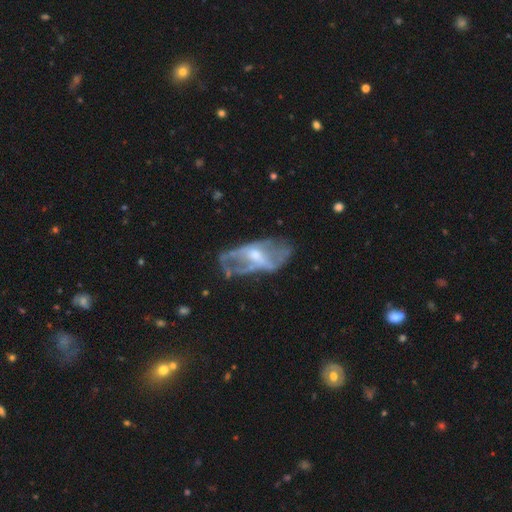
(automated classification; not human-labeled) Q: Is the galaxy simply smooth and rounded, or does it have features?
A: featured or disk — 70%.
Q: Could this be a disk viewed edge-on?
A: no — 91%.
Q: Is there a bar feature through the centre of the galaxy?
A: no — 48%.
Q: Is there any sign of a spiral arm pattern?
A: no — 58%.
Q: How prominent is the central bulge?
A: moderate — 51%.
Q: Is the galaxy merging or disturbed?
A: none — 43%.